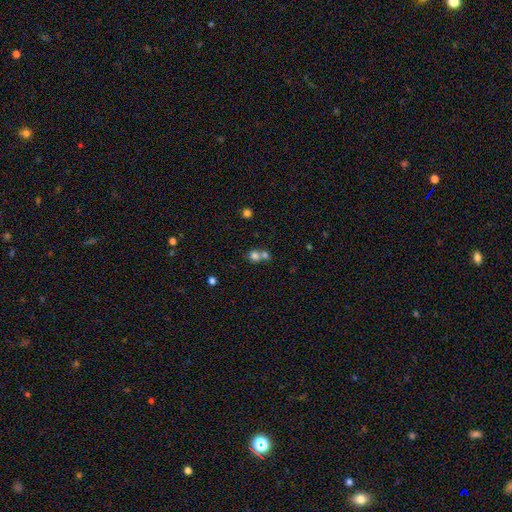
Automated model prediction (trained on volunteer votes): Overall: smooth (76%). How rounded: round (80%). Merging: merger (57%; none 35%).